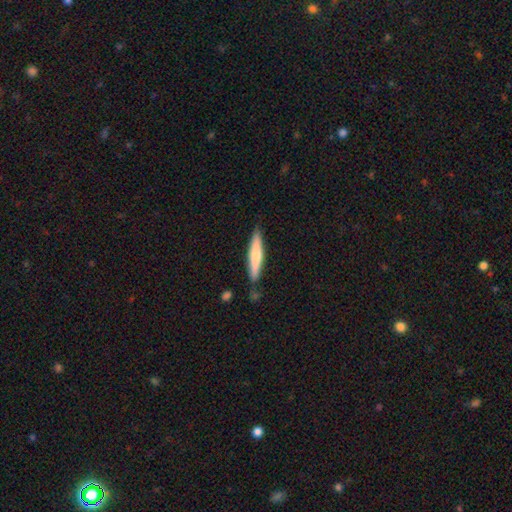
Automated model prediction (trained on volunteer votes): Morphology: type=smooth (61%); roundness=cigar-shaped (90%); merging=none (82%).